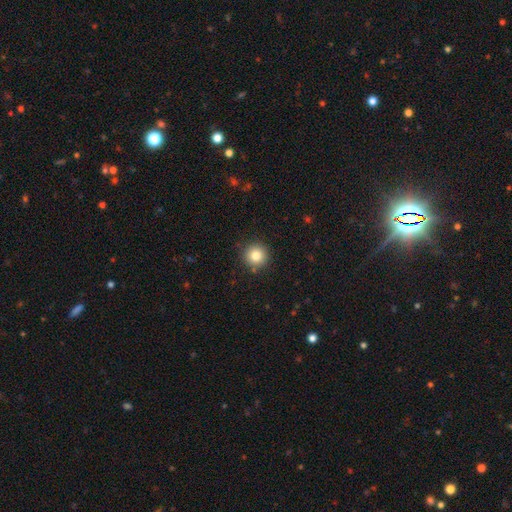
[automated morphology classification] Overall: smooth (83%). How rounded: round (95%). Merging: none (90%).